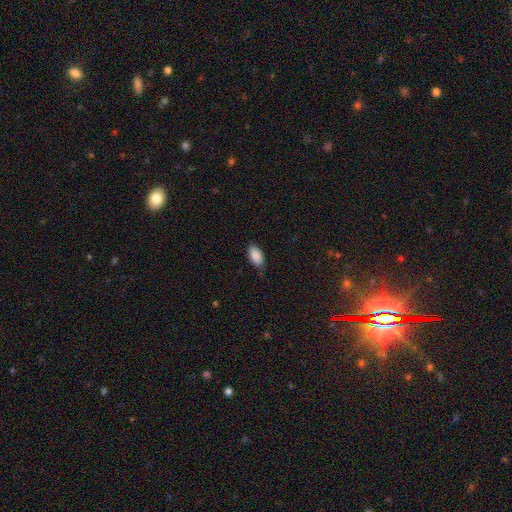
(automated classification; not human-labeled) A smooth galaxy with no disk features (89%) that is in between round and cigar-shaped (94%). Merging: none (75%).